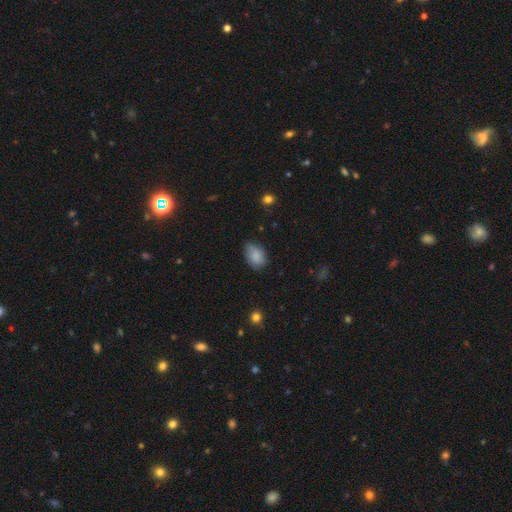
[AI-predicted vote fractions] The model was most divided on "merging": none: 55%, minor disturbance: 36%, major disturbance: 8%, merger: 2%. More confident: how rounded — in between (83%); smooth or featured — smooth (81%).